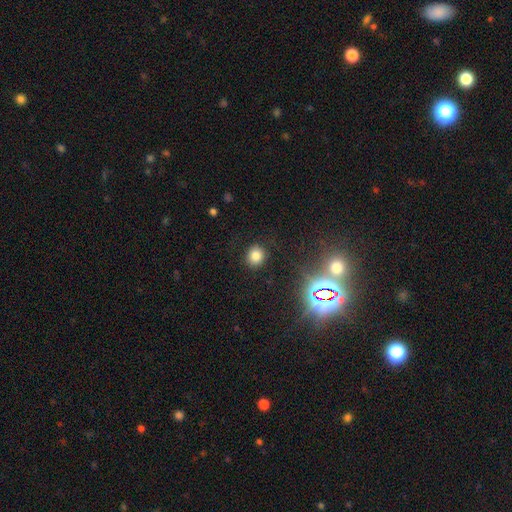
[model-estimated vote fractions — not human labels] Smooth or featured: smooth — 77% (star or artifact — 17%)
How rounded: round — 80% (in between — 19%)
Merging: none — 87% (minor disturbance — 8%)